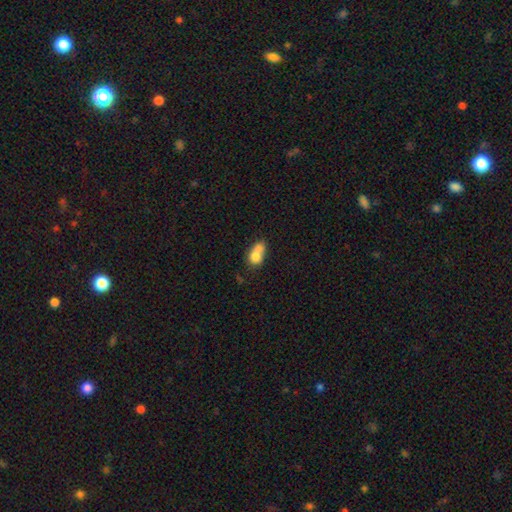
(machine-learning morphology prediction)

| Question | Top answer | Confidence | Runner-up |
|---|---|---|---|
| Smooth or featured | smooth | 72% | featured or disk (19%) |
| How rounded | in between | 54% | round (44%) |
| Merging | merger | 61% | none (22%) |